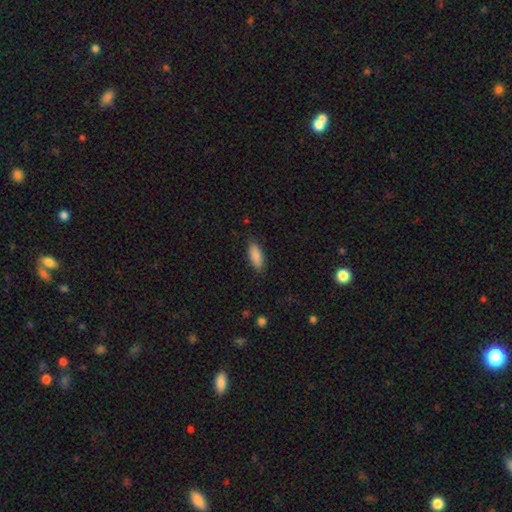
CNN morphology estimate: smooth 89%, star or artifact 6%, featured or disk 5%. Down the decision tree: how rounded — in between (80%); merging — none (85%).